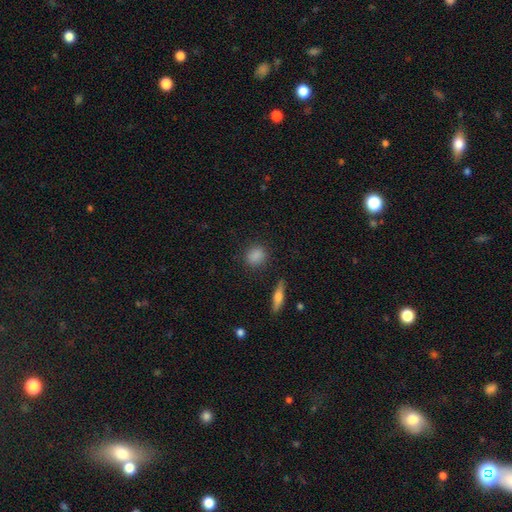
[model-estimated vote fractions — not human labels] This is clearly a smooth galaxy (86%). How rounded: likely round (63%). Merging: clearly none (86%).